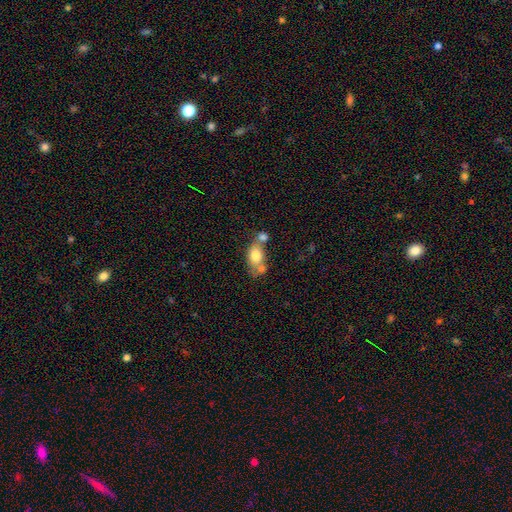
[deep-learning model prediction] smooth-or-featured: smooth: 74% | featured or disk: 18% | star or artifact: 8%
  how-rounded: in between: 79% | round: 18% | cigar-shaped: 3%
  merging: merger: 45% | none: 34% | minor disturbance: 14% | major disturbance: 7%